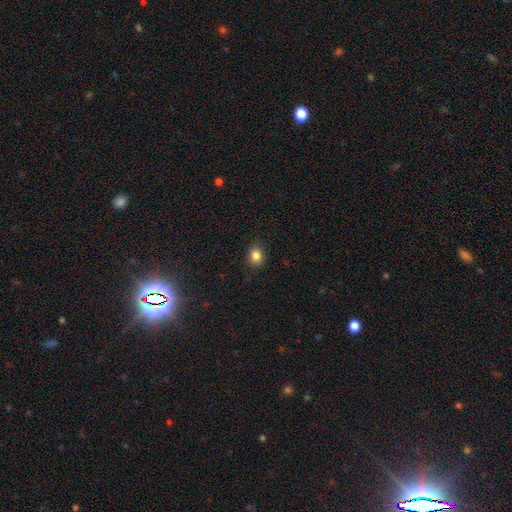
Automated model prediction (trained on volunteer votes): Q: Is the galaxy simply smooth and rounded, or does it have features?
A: smooth — 83%.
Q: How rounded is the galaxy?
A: in between — 52%.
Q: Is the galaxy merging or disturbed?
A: none — 88%.